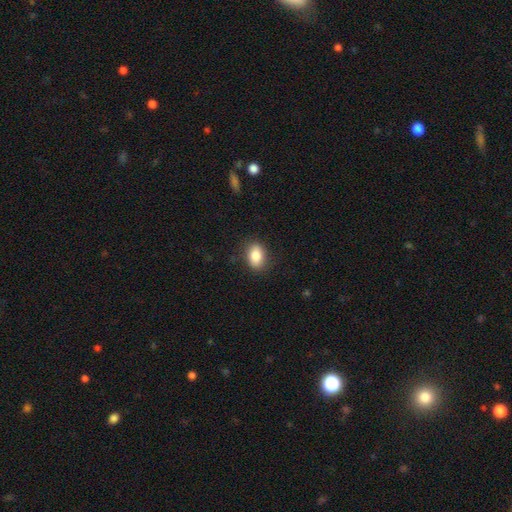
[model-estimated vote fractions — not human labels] A smooth galaxy with no disk features (84%) that is in between round and cigar-shaped (80%).

Vote fractions:
- Smooth or featured? smooth: 84% / featured or disk: 8% / star or artifact: 8%
- How rounded? in between: 80% / round: 18% / cigar-shaped: 2%
- Merging? none: 85% / minor disturbance: 11% / major disturbance: 3% / merger: 1%